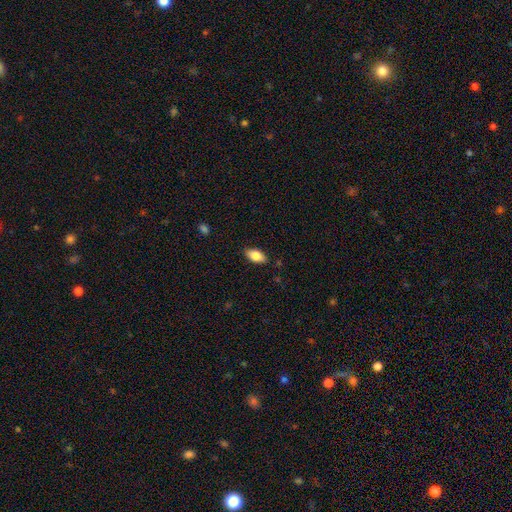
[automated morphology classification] Smooth or featured? smooth (82%)
How rounded? in between (92%)
Merging? none (85%)